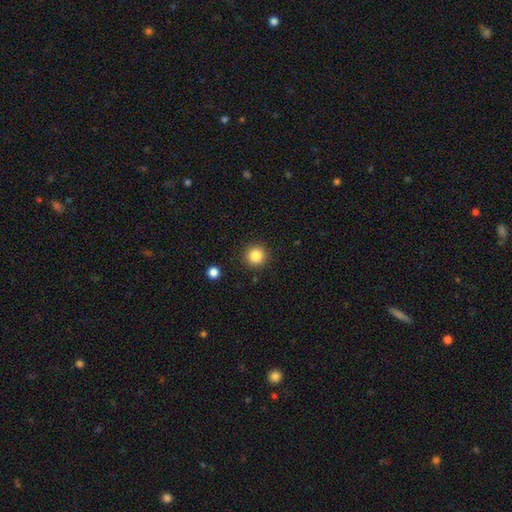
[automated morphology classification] This appears to be a smooth galaxy with no disk features (86%) that is round (94%). Merging: none (90%).